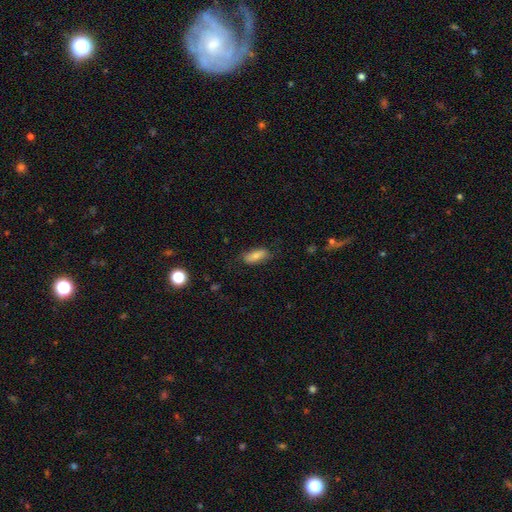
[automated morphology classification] This is likely a smooth galaxy (80%). How rounded: likely in between (76%). Merging: likely none (75%).